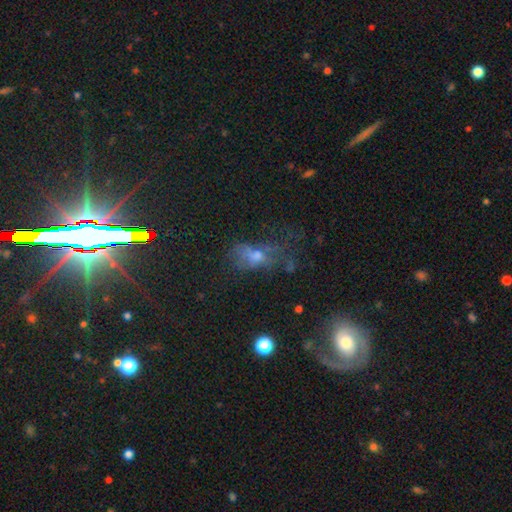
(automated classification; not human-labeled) Smooth or featured?
  - smooth: 41% *
  - featured or disk: 30%
  - star or artifact: 29%
Merging?
  - major disturbance: 36% *
  - none: 35%
  - minor disturbance: 19%
  - merger: 10%